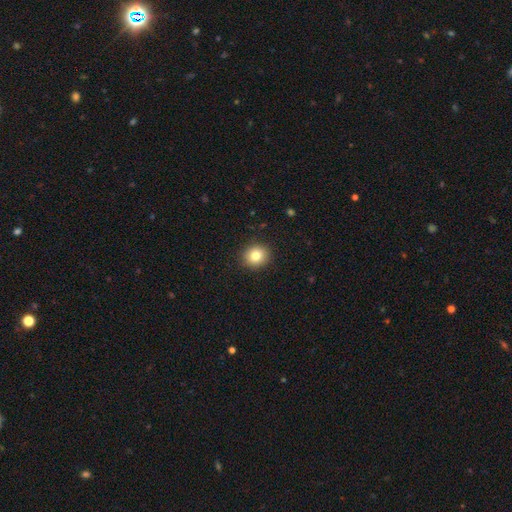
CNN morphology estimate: type=smooth (81%); roundness=round (80%); merging=none (91%).